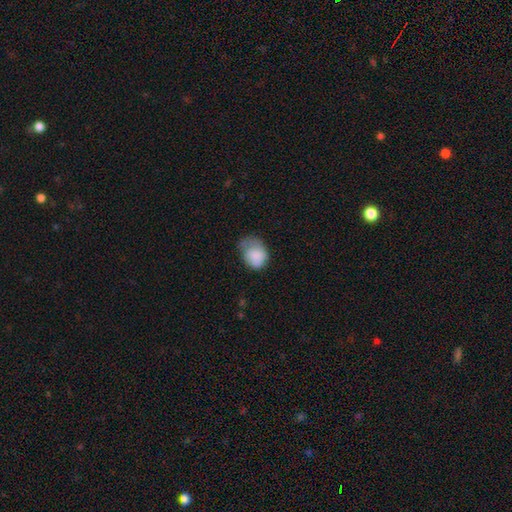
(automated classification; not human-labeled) A smooth galaxy with no disk features (79%) that is in between round and cigar-shaped (59%).

Vote fractions:
- Smooth or featured? smooth: 79% / featured or disk: 14% / star or artifact: 8%
- How rounded? in between: 59% / round: 40% / cigar-shaped: 1%
- Merging? minor disturbance: 41% / none: 34% / major disturbance: 22% / merger: 3%